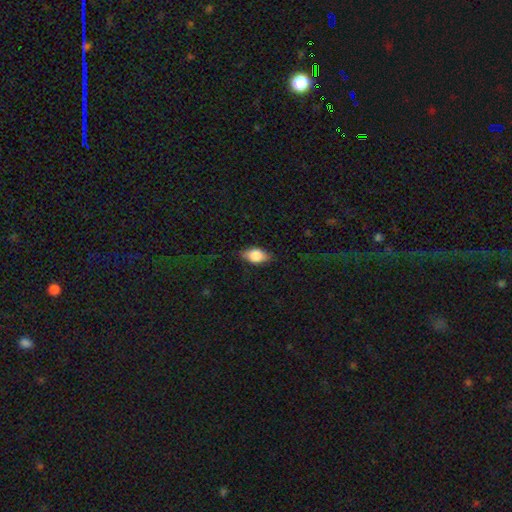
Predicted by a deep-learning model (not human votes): Smooth or featured: smooth — 77% (featured or disk — 15%)
How rounded: in between — 86% (round — 9%)
Merging: none — 80% (minor disturbance — 16%)